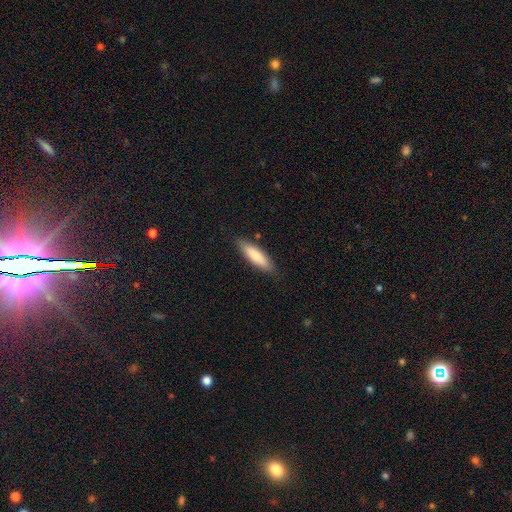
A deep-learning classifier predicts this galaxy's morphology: Smooth or featured: smooth — 80% (featured or disk — 15%)
How rounded: cigar-shaped — 59% (in between — 39%)
Merging: none — 85% (minor disturbance — 12%)